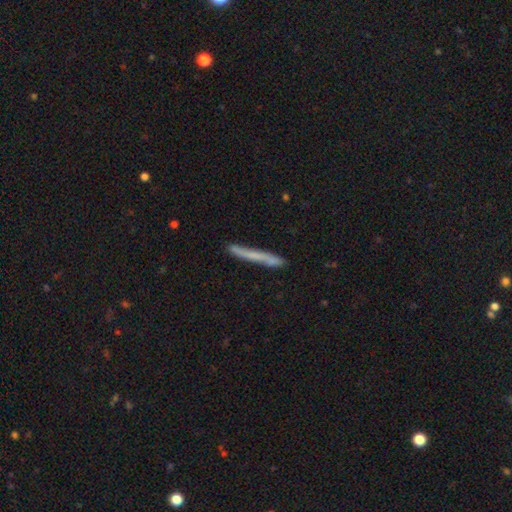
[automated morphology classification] Smooth or featured? Predicted: smooth (p=0.56). How rounded? Predicted: cigar-shaped (p=0.97). Merging? Predicted: none (p=0.83).